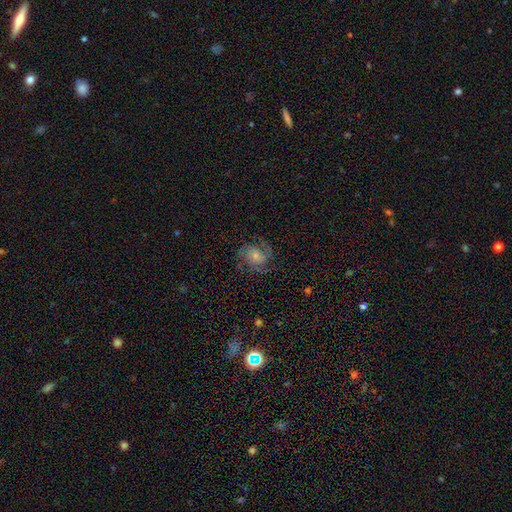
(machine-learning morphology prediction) Smooth or featured? Predicted: featured or disk (p=0.78). Edge-on disk? Predicted: no (p=0.98). Bar? Predicted: no (p=0.66). Spiral arms? Predicted: yes (p=0.97). Spiral winding? Predicted: medium (p=0.46). Spiral arm count? Predicted: 2 (p=0.45). Bulge size? Predicted: small (p=0.51). Merging? Predicted: none (p=0.77).